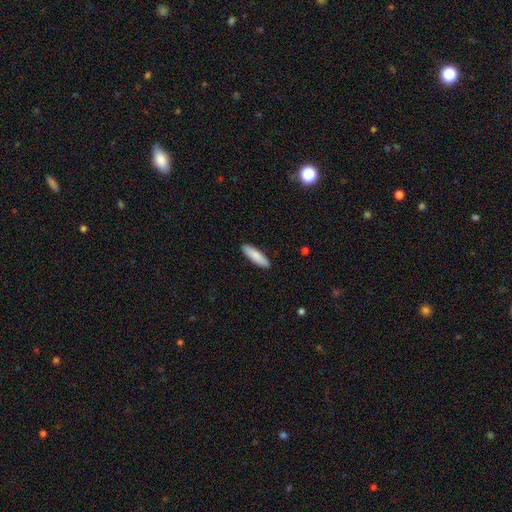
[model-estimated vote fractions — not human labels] Smooth or featured?
  - smooth: 85% *
  - featured or disk: 9%
  - star or artifact: 5%
How rounded?
  - cigar-shaped: 66% *
  - in between: 32%
  - round: 1%
Merging?
  - none: 91% *
  - minor disturbance: 7%
  - major disturbance: 1%
  - merger: 1%